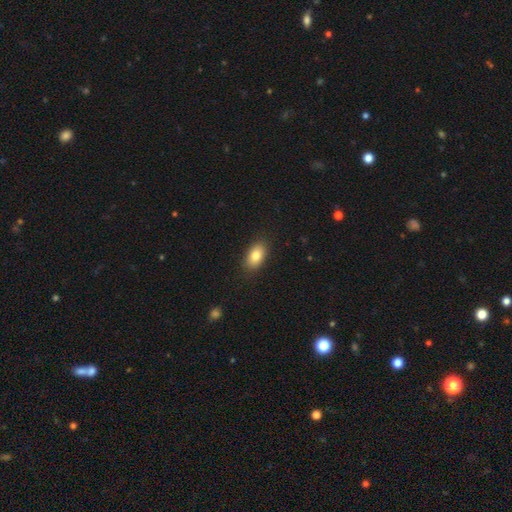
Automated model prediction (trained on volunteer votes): The model was most divided on "smooth or featured": smooth: 83%, featured or disk: 9%, star or artifact: 8%. More confident: how rounded — in between (90%); merging — none (88%).